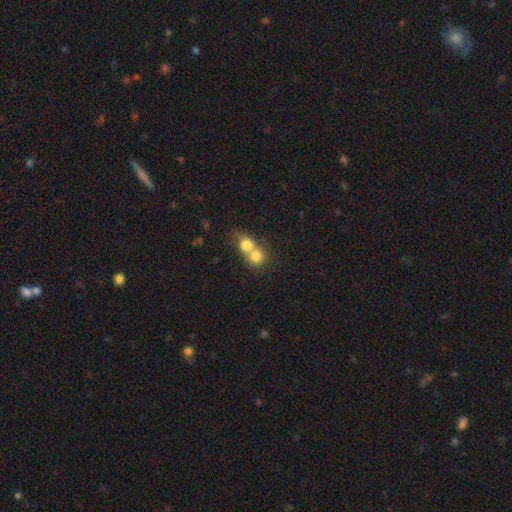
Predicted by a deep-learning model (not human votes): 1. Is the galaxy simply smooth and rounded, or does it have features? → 75% smooth, 15% featured or disk, 9% star or artifact.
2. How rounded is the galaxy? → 76% round, 22% in between, 1% cigar-shaped.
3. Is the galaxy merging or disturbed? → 73% merger, 21% none, 4% minor disturbance, 2% major disturbance.